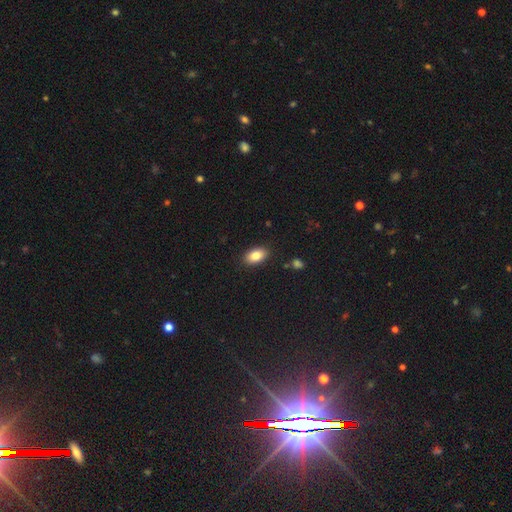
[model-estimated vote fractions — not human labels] Smooth or featured?
  - smooth: 84% *
  - featured or disk: 8%
  - star or artifact: 8%
How rounded?
  - in between: 91% *
  - round: 6%
  - cigar-shaped: 2%
Merging?
  - none: 88% *
  - minor disturbance: 8%
  - major disturbance: 2%
  - merger: 1%